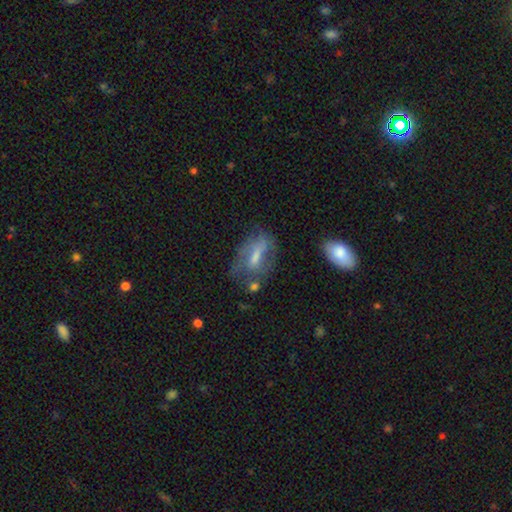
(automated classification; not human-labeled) Overall: smooth (47%; featured or disk 43%). Merging: none (49%; minor disturbance 26%).